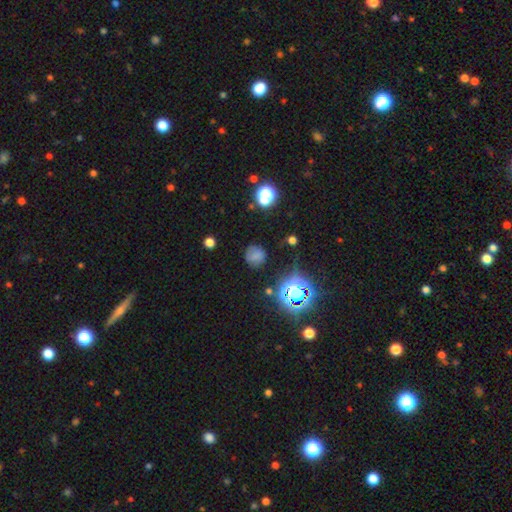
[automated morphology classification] A smooth galaxy with no disk features (63%) that is round (83%).

Vote fractions:
- Smooth or featured? smooth: 63% / star or artifact: 23% / featured or disk: 14%
- How rounded? round: 83% / in between: 16% / cigar-shaped: 1%
- Merging? none: 75% / minor disturbance: 16% / major disturbance: 7% / merger: 2%